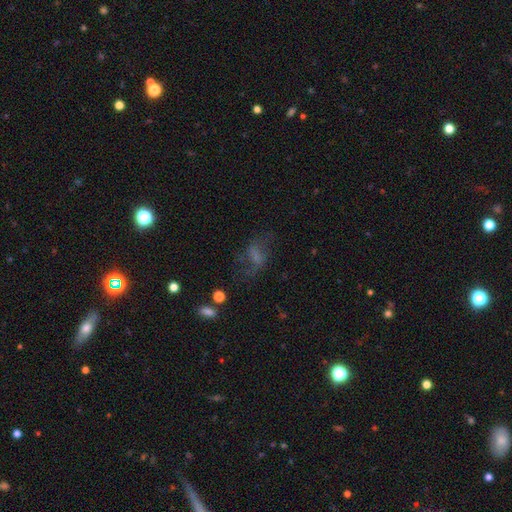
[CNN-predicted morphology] smooth 41%, featured or disk 38%, star or artifact 21%. Down the decision tree: merging — none (50%).